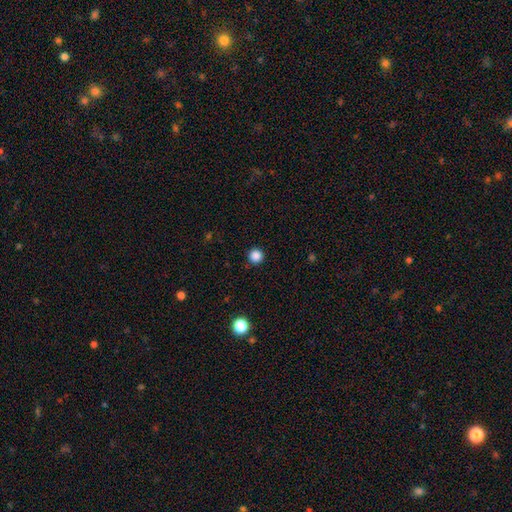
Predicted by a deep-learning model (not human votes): Smooth or featured? smooth (87%)
How rounded? round (96%)
Merging? none (93%)